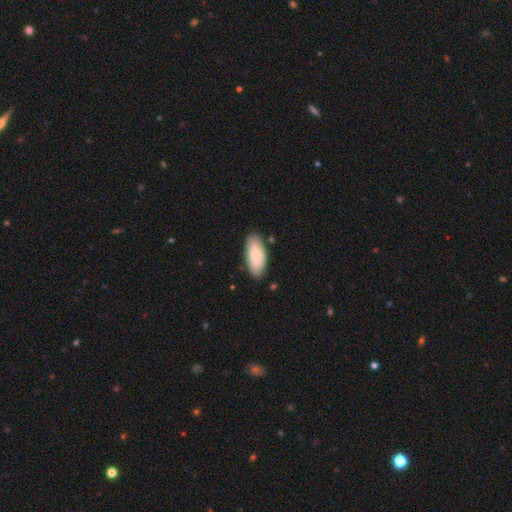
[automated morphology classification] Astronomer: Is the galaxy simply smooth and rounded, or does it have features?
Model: smooth — 81%.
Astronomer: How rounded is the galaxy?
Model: in between — 88%.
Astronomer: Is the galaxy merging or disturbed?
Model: none — 80%.